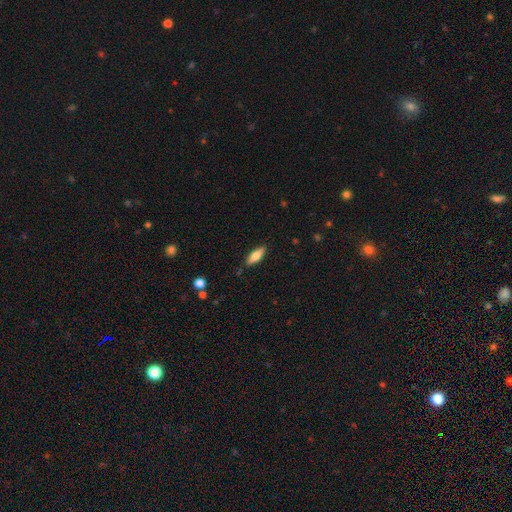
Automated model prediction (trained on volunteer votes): Q: Smooth or featured?
A: smooth (70%); runner-up: featured or disk (23%)
Q: How rounded?
A: in between (60%); runner-up: cigar-shaped (38%)
Q: Merging?
A: none (86%); runner-up: minor disturbance (11%)